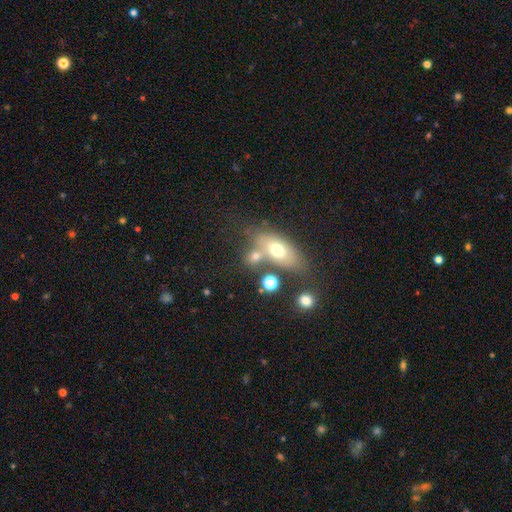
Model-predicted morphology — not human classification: type=smooth (67%); roundness=in between (68%); merging=none (49%).